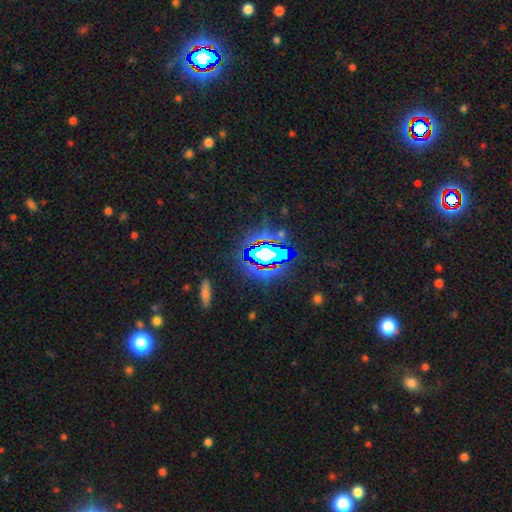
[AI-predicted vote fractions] smooth_or_featured: star or artifact (p=0.68) [alt: smooth p=0.17]